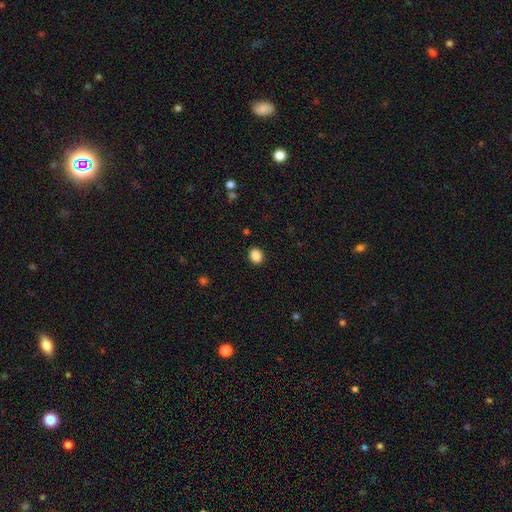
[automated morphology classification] Smooth or featured?
  - smooth: 88% *
  - star or artifact: 9%
  - featured or disk: 3%
How rounded?
  - round: 55% *
  - in between: 44%
  - cigar-shaped: 1%
Merging?
  - none: 90% *
  - minor disturbance: 6%
  - major disturbance: 2%
  - merger: 1%